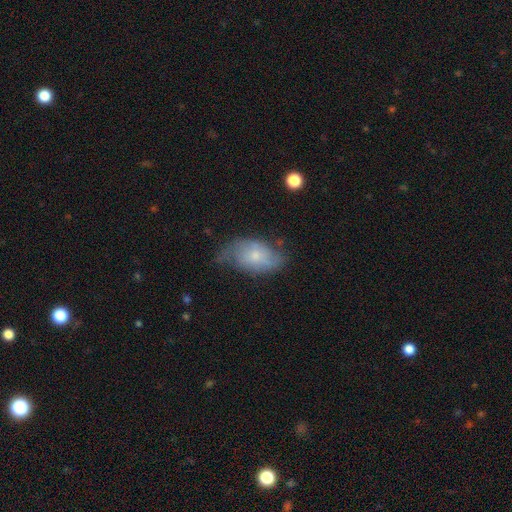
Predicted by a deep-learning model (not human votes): Morphology: type=featured or disk (47%); merging=none (48%).